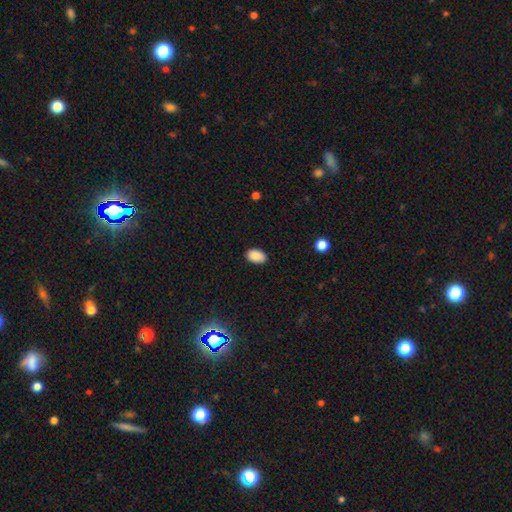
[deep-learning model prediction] smooth-or-featured: smooth: 89% | star or artifact: 8% | featured or disk: 3%
  how-rounded: in between: 91% | round: 8% | cigar-shaped: 1%
  merging: none: 88% | minor disturbance: 9% | major disturbance: 2% | merger: 1%